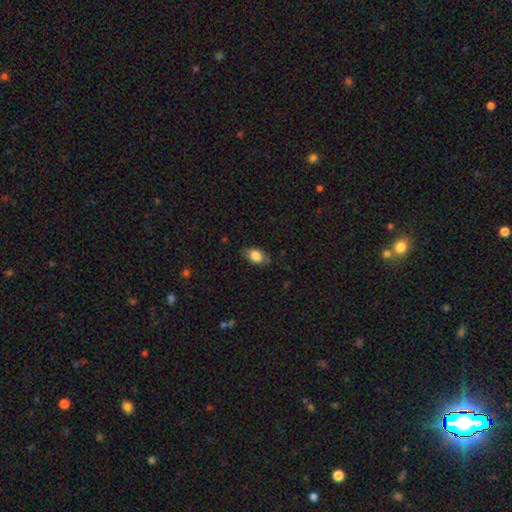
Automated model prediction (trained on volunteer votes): A smooth galaxy with no disk features (80%) that is in between round and cigar-shaped (88%). Merging: none (77%).